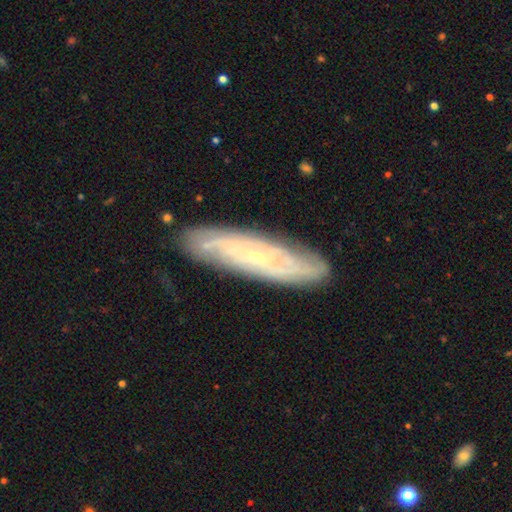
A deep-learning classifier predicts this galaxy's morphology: A featured or disk galaxy (75%) with no bar (74%), spiral arms (87%) and a small central bulge (83%).

Vote fractions:
- Smooth or featured? featured or disk: 75% / smooth: 18% / star or artifact: 7%
- Edge-on disk? no: 70% / yes: 30%
- Bar? no: 74% / weak: 21% / strong: 6%
- Spiral arms? yes: 87% / no: 13%
- Bulge size? small: 83% / moderate: 13% / none: 2% / large: 1% / dominant: 1%
- Merging? none: 84% / minor disturbance: 12% / major disturbance: 2% / merger: 1%